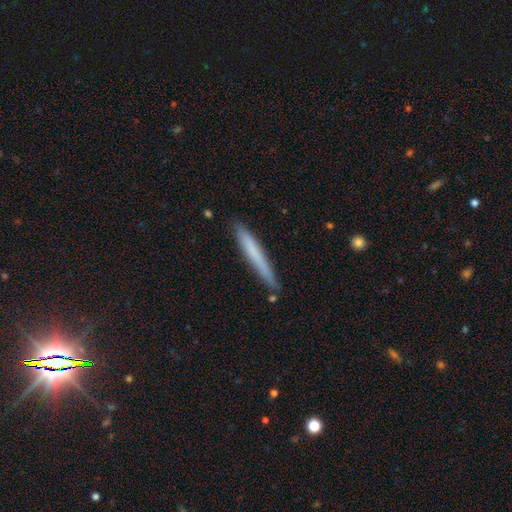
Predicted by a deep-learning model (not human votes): Q: Smooth or featured?
A: smooth (67%); runner-up: featured or disk (26%)
Q: How rounded?
A: cigar-shaped (96%); runner-up: in between (2%)
Q: Merging?
A: none (86%); runner-up: minor disturbance (10%)